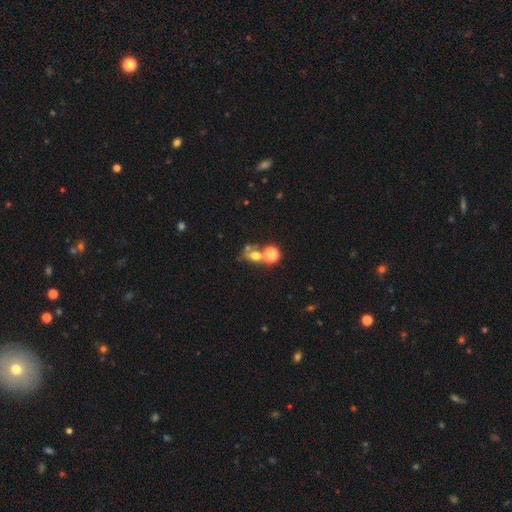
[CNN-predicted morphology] This is possibly a smooth galaxy (58%). How rounded: possibly round (58%). Merging: marginally merger (41%).